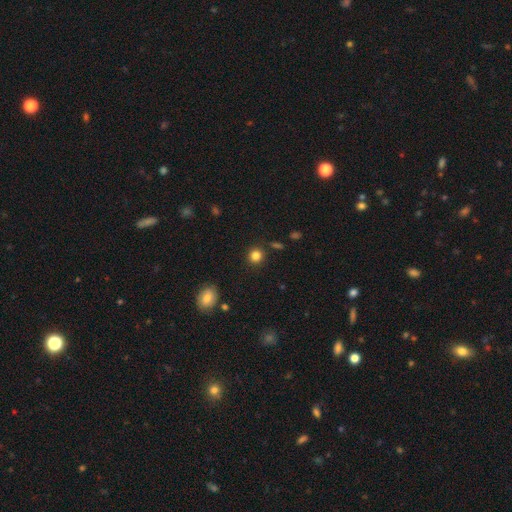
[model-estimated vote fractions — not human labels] Smooth or featured?
  - smooth: 83% *
  - star or artifact: 13%
  - featured or disk: 5%
How rounded?
  - round: 90% *
  - in between: 9%
  - cigar-shaped: 1%
Merging?
  - none: 89% *
  - minor disturbance: 7%
  - merger: 2%
  - major disturbance: 2%